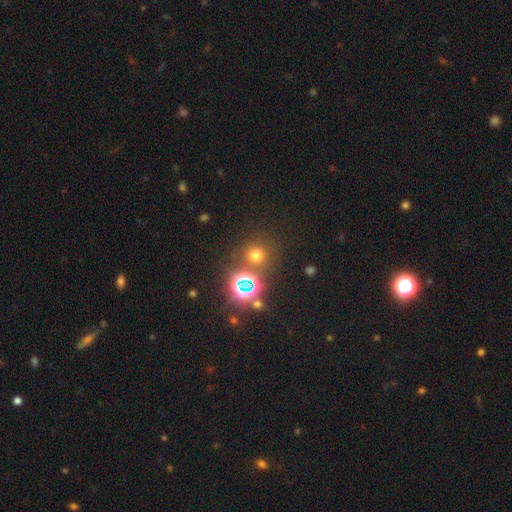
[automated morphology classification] Smooth or featured?
  - smooth: 59% *
  - star or artifact: 34%
  - featured or disk: 7%
How rounded?
  - round: 92% *
  - in between: 7%
  - cigar-shaped: 1%
Merging?
  - none: 79% *
  - merger: 9%
  - minor disturbance: 8%
  - major disturbance: 4%